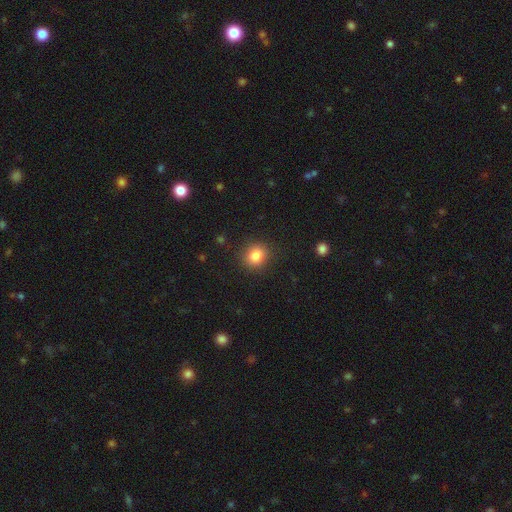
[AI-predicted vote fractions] Smooth or featured?
  - smooth: 83% *
  - star or artifact: 11%
  - featured or disk: 6%
How rounded?
  - round: 79% *
  - in between: 20%
  - cigar-shaped: 1%
Merging?
  - none: 88% *
  - minor disturbance: 8%
  - major disturbance: 3%
  - merger: 1%